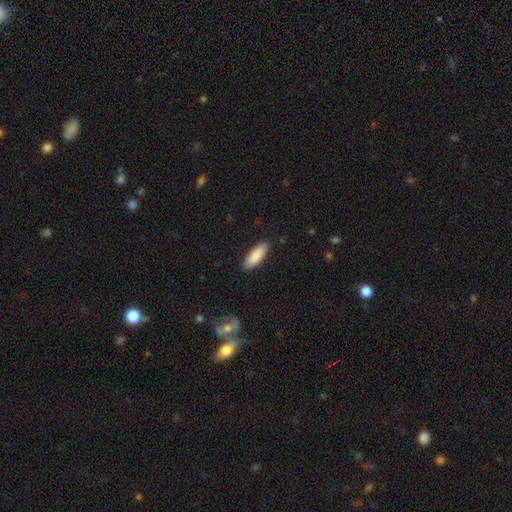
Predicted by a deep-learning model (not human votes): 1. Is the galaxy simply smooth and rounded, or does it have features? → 86% smooth, 9% featured or disk, 5% star or artifact.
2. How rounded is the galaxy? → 58% in between, 41% cigar-shaped, 1% round.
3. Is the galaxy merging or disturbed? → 88% none, 9% minor disturbance, 2% major disturbance, 1% merger.